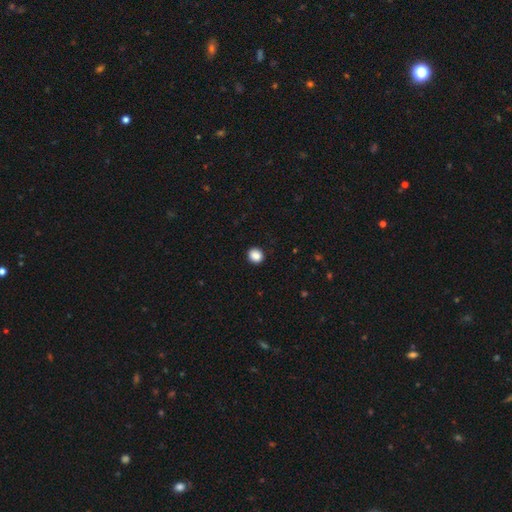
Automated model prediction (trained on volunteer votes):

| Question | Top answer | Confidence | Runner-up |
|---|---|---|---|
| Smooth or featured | smooth | 88% | star or artifact (9%) |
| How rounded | round | 81% | in between (18%) |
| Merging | none | 92% | minor disturbance (6%) |